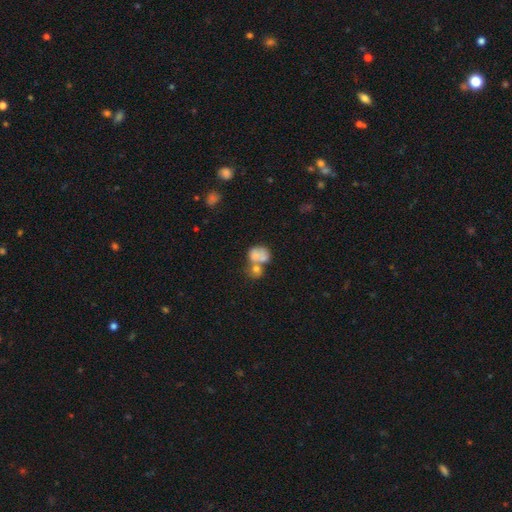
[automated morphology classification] smooth 64%, featured or disk 24%, star or artifact 11%. Down the decision tree: how rounded — round (53%); merging — merger (62%).